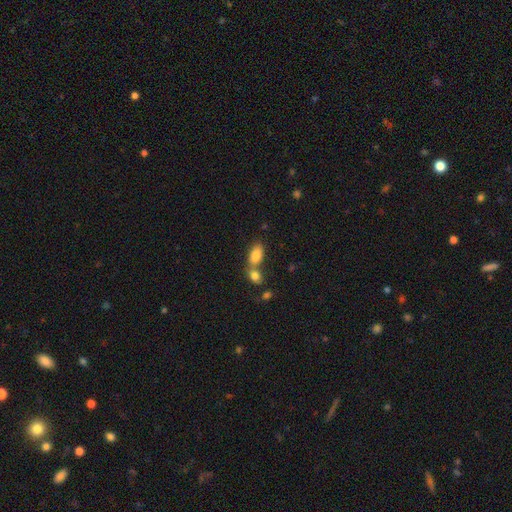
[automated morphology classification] A smooth galaxy with no disk features (84%) that is in between round and cigar-shaped (90%). Merging: merger (49%).